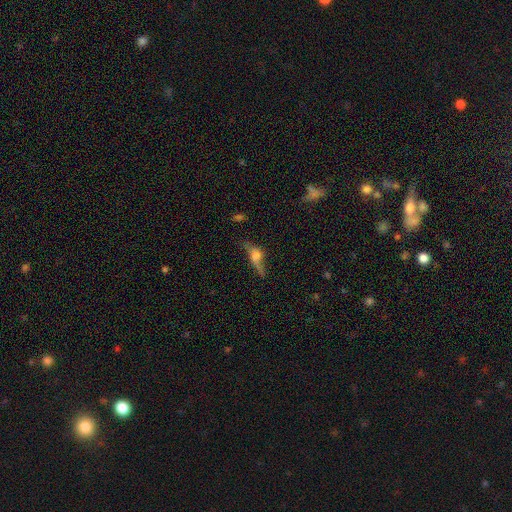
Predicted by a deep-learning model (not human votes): smooth_or_featured: featured or disk (p=0.50) [alt: smooth p=0.36]
disk_edge_on: yes (p=0.60) [alt: no p=0.40]
merging: none (p=0.39) [alt: major disturbance p=0.31]